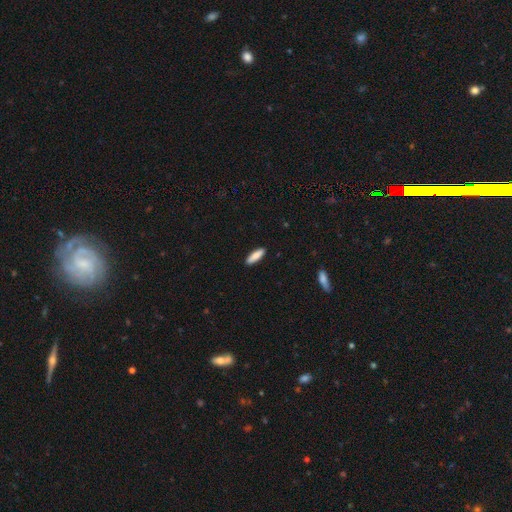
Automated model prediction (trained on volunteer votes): The model was most divided on "how rounded": cigar-shaped: 55%, in between: 43%, round: 2%. More confident: merging — none (89%); smooth or featured — smooth (86%).